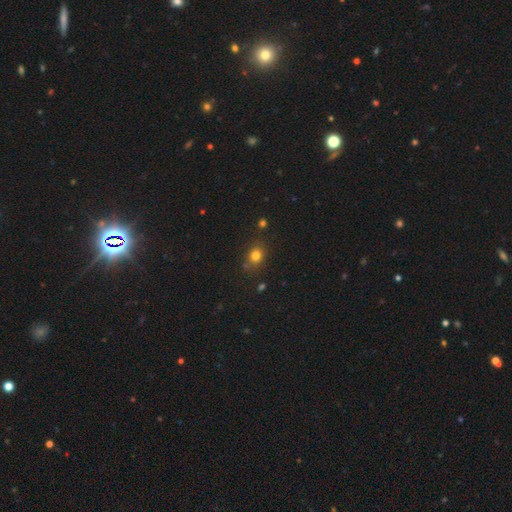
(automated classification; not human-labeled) Overall: smooth (78%). How rounded: round (61%; in between 38%). Merging: none (78%).